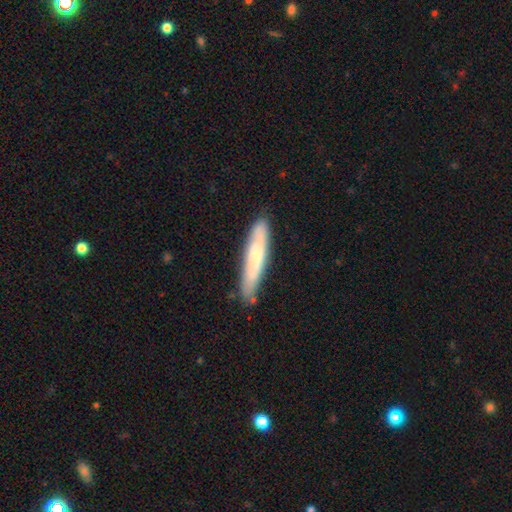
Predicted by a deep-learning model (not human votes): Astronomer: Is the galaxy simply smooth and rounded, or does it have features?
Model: smooth — 62%.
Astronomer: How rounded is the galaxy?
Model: cigar-shaped — 88%.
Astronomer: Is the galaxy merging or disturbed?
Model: none — 80%.